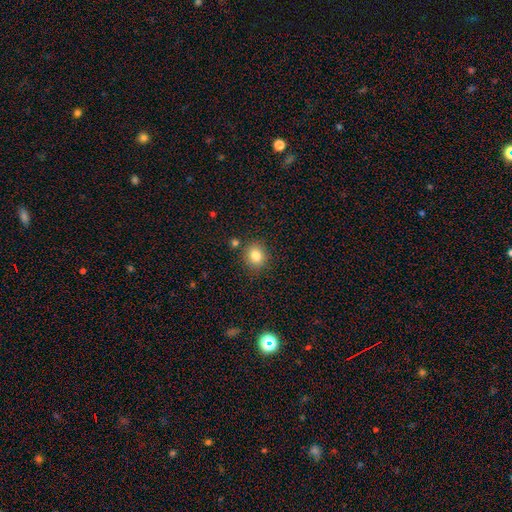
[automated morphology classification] This is clearly a smooth galaxy (82%). How rounded: likely round (77%). Merging: clearly none (83%).